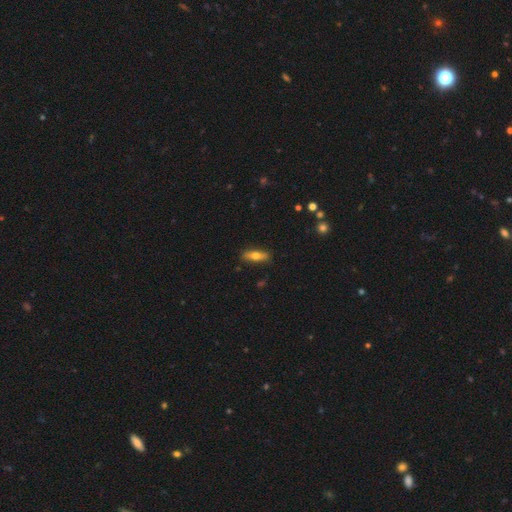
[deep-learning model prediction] This appears to be a smooth galaxy with no disk features (62%) that is cigar-shaped (50%). Merging: none (87%).